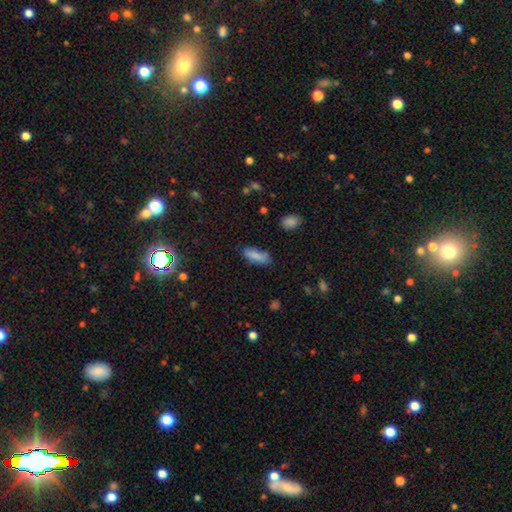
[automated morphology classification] smooth-or-featured: smooth: 84% | featured or disk: 8% | star or artifact: 8%
  how-rounded: in between: 65% | cigar-shaped: 33% | round: 2%
  merging: none: 71% | minor disturbance: 21% | major disturbance: 5% | merger: 3%